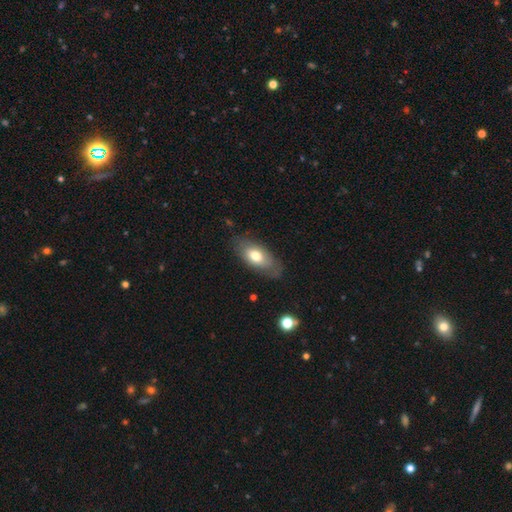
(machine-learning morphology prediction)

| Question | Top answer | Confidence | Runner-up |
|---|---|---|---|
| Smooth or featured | smooth | 67% | featured or disk (26%) |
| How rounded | in between | 88% | cigar-shaped (7%) |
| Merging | none | 74% | minor disturbance (19%) |